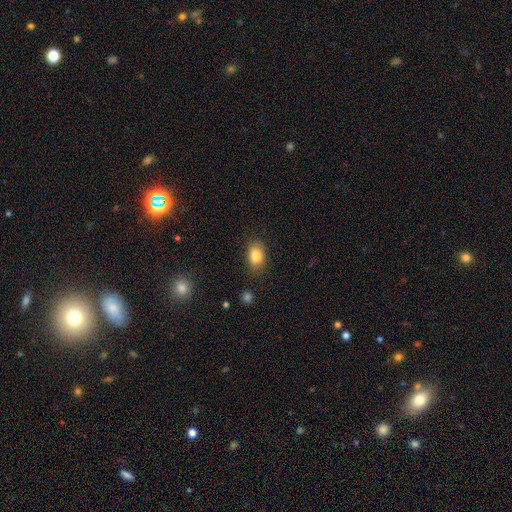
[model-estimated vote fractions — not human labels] smooth-or-featured: smooth: 83% | star or artifact: 9% | featured or disk: 8%
  how-rounded: in between: 83% | round: 16% | cigar-shaped: 2%
  merging: none: 81% | minor disturbance: 14% | major disturbance: 3% | merger: 2%